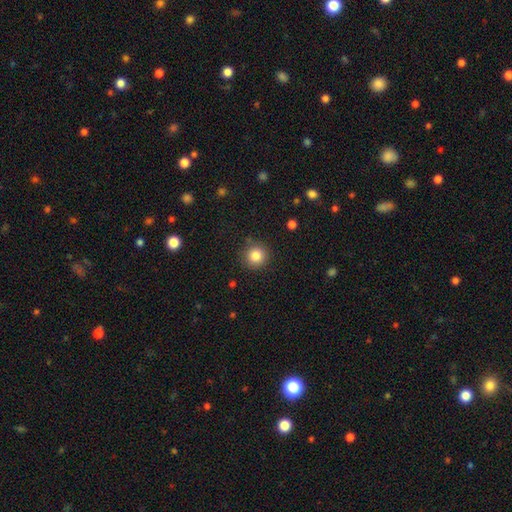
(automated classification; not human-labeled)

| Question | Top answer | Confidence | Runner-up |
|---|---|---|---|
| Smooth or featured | smooth | 84% | star or artifact (11%) |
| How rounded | round | 94% | in between (5%) |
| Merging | none | 88% | minor disturbance (8%) |